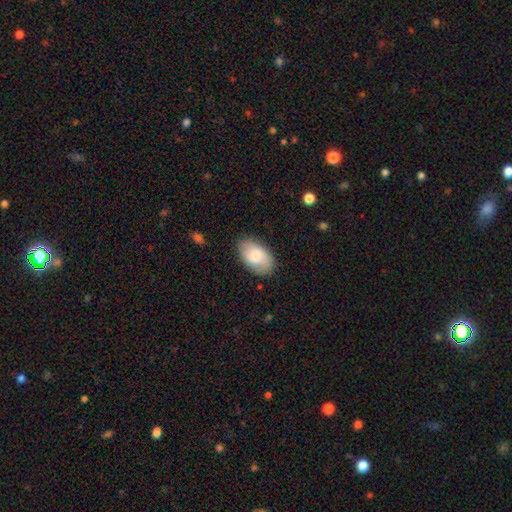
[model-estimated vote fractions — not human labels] Smooth or featured?
  - smooth: 68% *
  - featured or disk: 25%
  - star or artifact: 6%
How rounded?
  - in between: 94% *
  - round: 5%
  - cigar-shaped: 1%
Merging?
  - none: 81% *
  - minor disturbance: 15%
  - major disturbance: 3%
  - merger: 1%